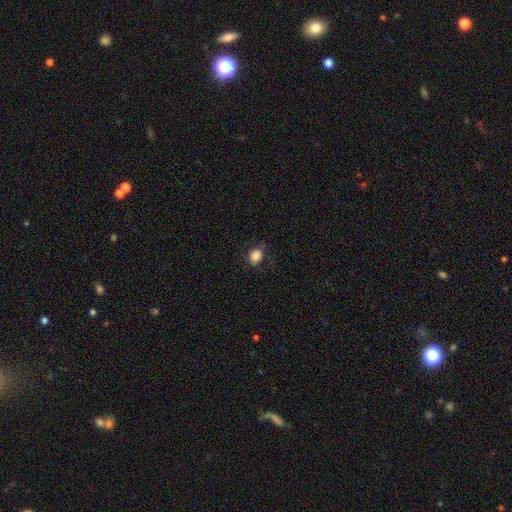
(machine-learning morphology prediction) This appears to be a smooth galaxy with no disk features (83%) that is round (54%). Merging: none (75%).